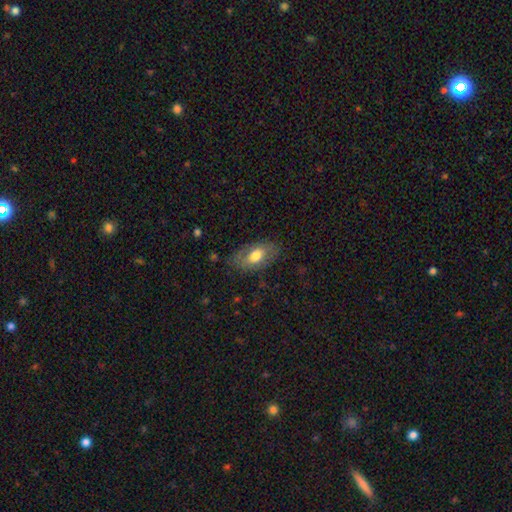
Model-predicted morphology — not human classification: A smooth galaxy with no disk features (65%) that is in between round and cigar-shaped (91%).

Vote fractions:
- Smooth or featured? smooth: 65% / featured or disk: 28% / star or artifact: 7%
- How rounded? in between: 91% / round: 5% / cigar-shaped: 4%
- Merging? none: 71% / minor disturbance: 20% / major disturbance: 7% / merger: 1%